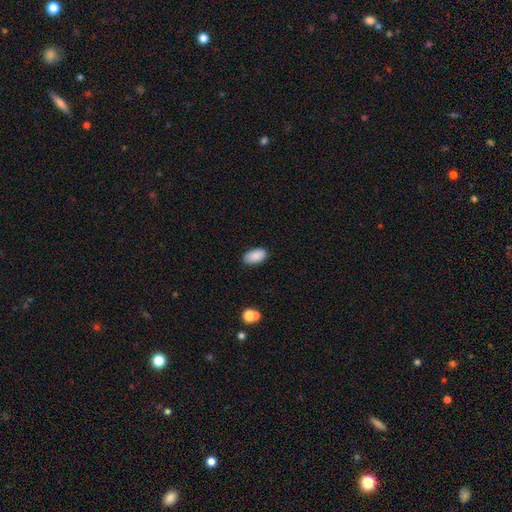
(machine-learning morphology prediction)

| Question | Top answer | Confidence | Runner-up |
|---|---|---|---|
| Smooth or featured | smooth | 89% | star or artifact (7%) |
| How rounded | in between | 95% | round (3%) |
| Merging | none | 87% | minor disturbance (10%) |